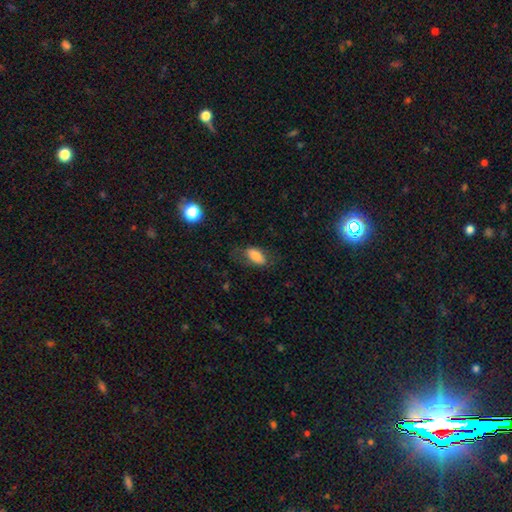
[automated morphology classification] Smooth or featured: smooth — 76% (featured or disk — 16%)
How rounded: in between — 89% (cigar-shaped — 7%)
Merging: none — 66% (minor disturbance — 21%)